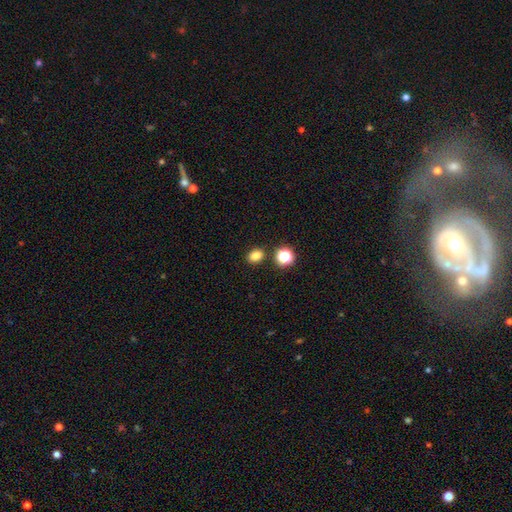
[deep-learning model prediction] Morphology: type=smooth (82%); roundness=in between (56%); merging=none (83%).